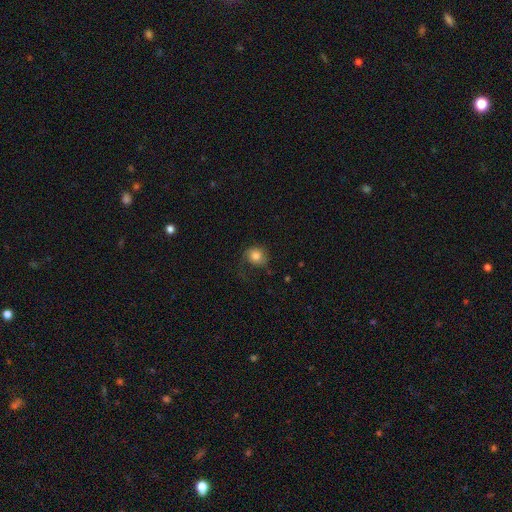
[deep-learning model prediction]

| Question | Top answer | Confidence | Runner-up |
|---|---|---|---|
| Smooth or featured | smooth | 78% | featured or disk (12%) |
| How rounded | round | 78% | in between (21%) |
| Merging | none | 58% | minor disturbance (23%) |